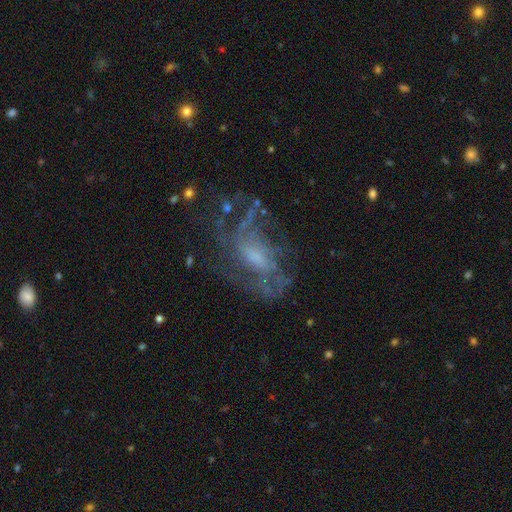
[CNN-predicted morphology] Smooth or featured?
  - featured or disk: 76% *
  - smooth: 12%
  - star or artifact: 12%
Edge-on disk?
  - no: 95% *
  - yes: 5%
Bar?
  - no: 49% *
  - weak: 41%
  - strong: 11%
Spiral arms?
  - yes: 79% *
  - no: 21%
Spiral winding?
  - medium: 41% *
  - loose: 36%
  - tight: 23%
Spiral arm count?
  - can't tell: 41% *
  - 2: 20%
  - 3: 16%
  - 4: 10%
  - 1: 6%
  - more than 4: 6%
Bulge size?
  - moderate: 37% *
  - small: 36%
  - none: 19%
  - large: 7%
  - dominant: 1%
Merging?
  - none: 52% *
  - major disturbance: 27%
  - minor disturbance: 18%
  - merger: 3%